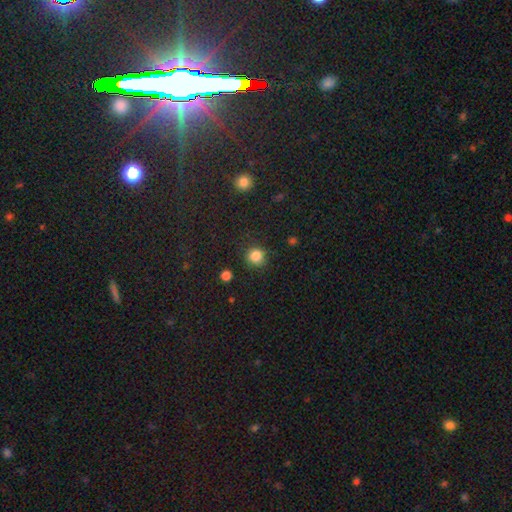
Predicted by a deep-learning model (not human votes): Smooth or featured? Predicted: smooth (p=0.84). How rounded? Predicted: round (p=0.92). Merging? Predicted: none (p=0.86).